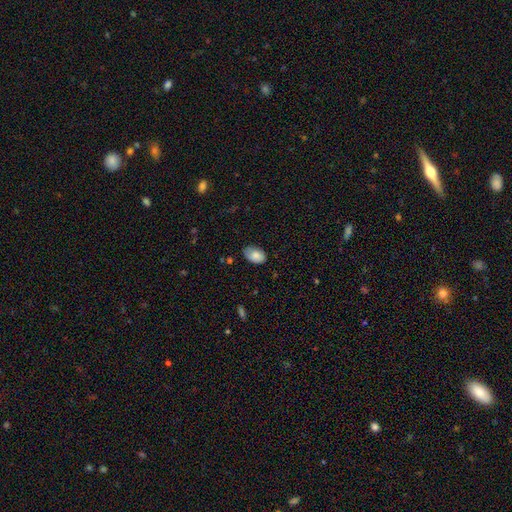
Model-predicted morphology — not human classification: smooth-or-featured: smooth: 82% | featured or disk: 11% | star or artifact: 7%
  how-rounded: in between: 89% | round: 9% | cigar-shaped: 1%
  merging: none: 67% | minor disturbance: 27% | major disturbance: 5% | merger: 1%